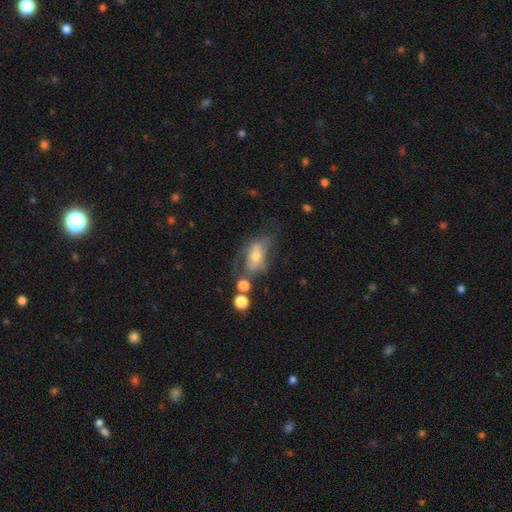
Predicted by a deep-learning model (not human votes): Smooth or featured: featured or disk — 46% (smooth — 43%)
Merging: none — 33% (major disturbance — 32%)